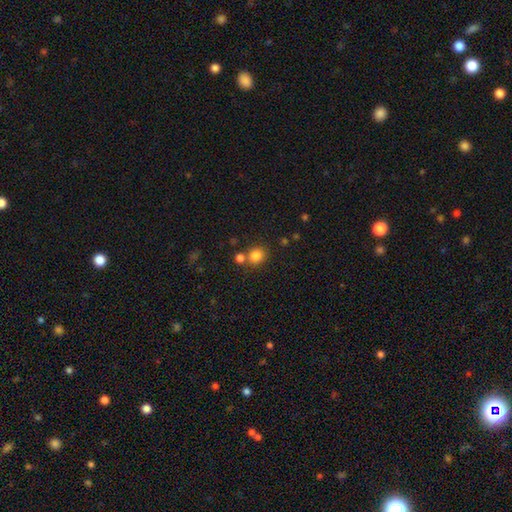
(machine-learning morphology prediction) Q: Smooth or featured?
A: smooth (83%); runner-up: star or artifact (12%)
Q: How rounded?
A: round (80%); runner-up: in between (19%)
Q: Merging?
A: none (67%); runner-up: merger (21%)